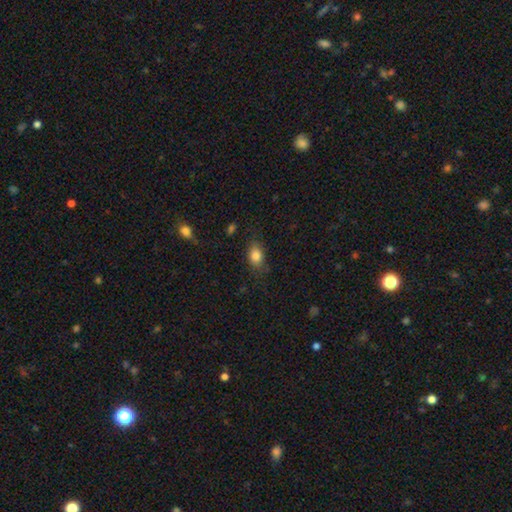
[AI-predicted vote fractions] Q: Smooth or featured?
A: smooth (84%); runner-up: star or artifact (9%)
Q: How rounded?
A: in between (78%); runner-up: round (20%)
Q: Merging?
A: none (74%); runner-up: minor disturbance (19%)